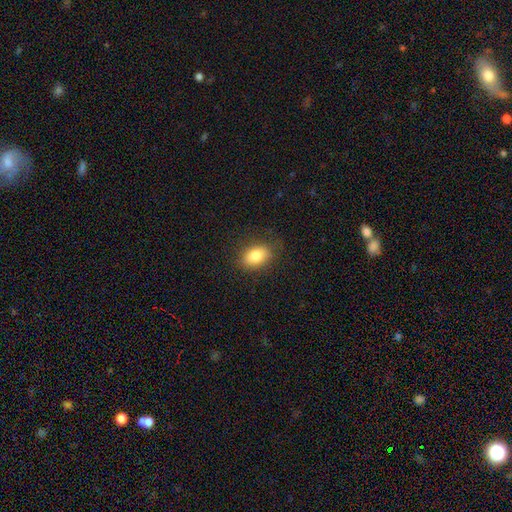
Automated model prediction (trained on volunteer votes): This appears to be a smooth galaxy with no disk features (84%) that is in between round and cigar-shaped (85%). Merging: none (83%).